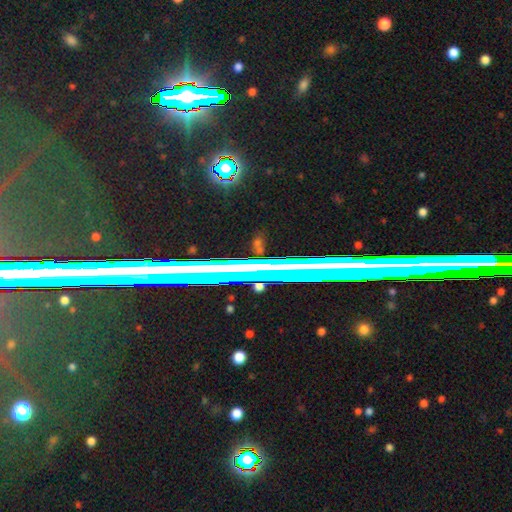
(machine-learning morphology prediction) A star or artifact, not a galaxy (69%).

Vote fractions:
- Smooth or featured? star or artifact: 69% / featured or disk: 19% / smooth: 11%